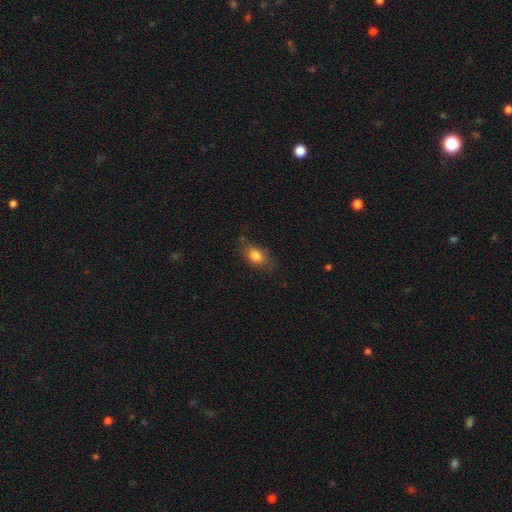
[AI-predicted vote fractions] Smooth or featured? Predicted: smooth (p=0.81). How rounded? Predicted: in between (p=0.76). Merging? Predicted: none (p=0.71).